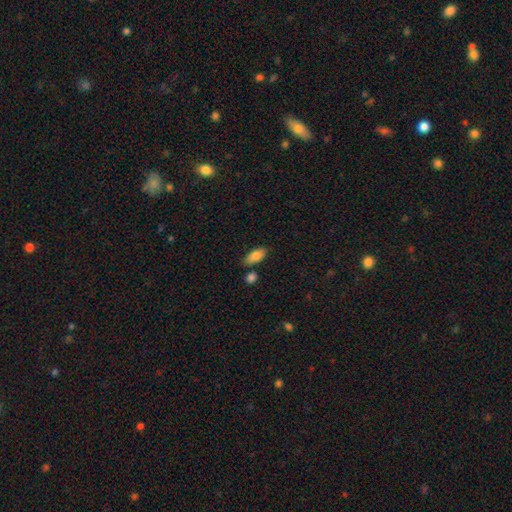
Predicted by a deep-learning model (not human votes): smooth-or-featured: smooth: 82% | featured or disk: 11% | star or artifact: 7%
  how-rounded: in between: 87% | cigar-shaped: 9% | round: 3%
  merging: none: 75% | minor disturbance: 13% | merger: 8% | major disturbance: 3%